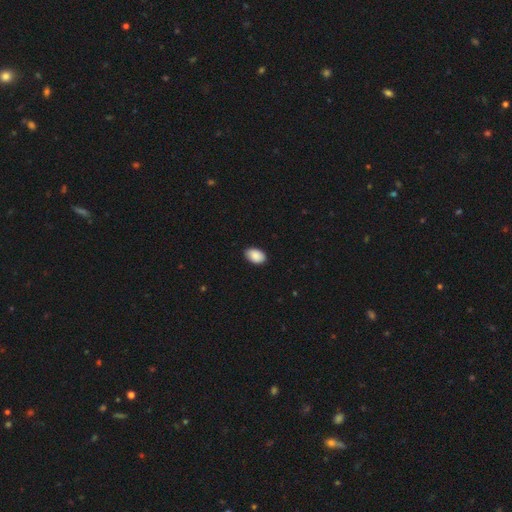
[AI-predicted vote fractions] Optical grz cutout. It shows a smooth galaxy with no disk features (90%) that is in between round and cigar-shaped (90%). Merging: none (87%).